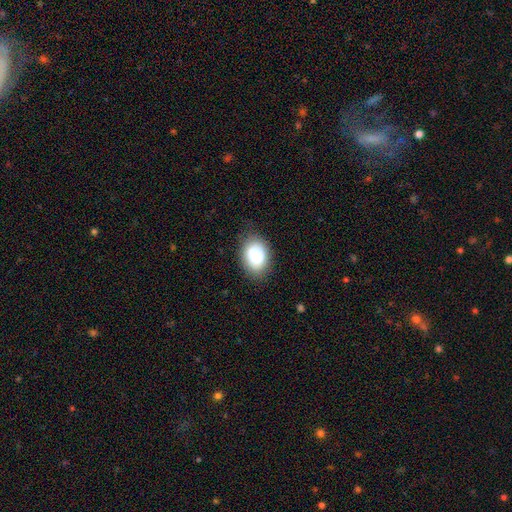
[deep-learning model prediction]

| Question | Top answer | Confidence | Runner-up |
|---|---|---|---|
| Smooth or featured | smooth | 78% | featured or disk (14%) |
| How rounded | in between | 79% | round (20%) |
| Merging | none | 75% | minor disturbance (19%) |